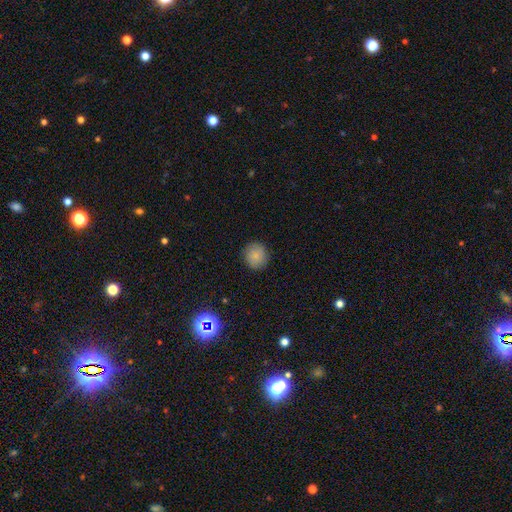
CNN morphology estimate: A smooth galaxy with no disk features (82%) that is round (87%).

Vote fractions:
- Smooth or featured? smooth: 82% / star or artifact: 10% / featured or disk: 7%
- How rounded? round: 87% / in between: 13% / cigar-shaped: 1%
- Merging? none: 88% / minor disturbance: 9% / major disturbance: 2% / merger: 1%